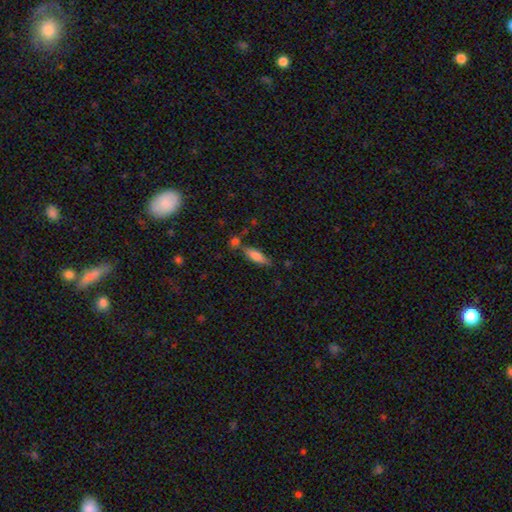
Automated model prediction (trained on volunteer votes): Smooth or featured?
  - smooth: 74% *
  - featured or disk: 19%
  - star or artifact: 7%
How rounded?
  - in between: 52% *
  - cigar-shaped: 46%
  - round: 2%
Merging?
  - none: 63% *
  - merger: 16%
  - minor disturbance: 16%
  - major disturbance: 4%